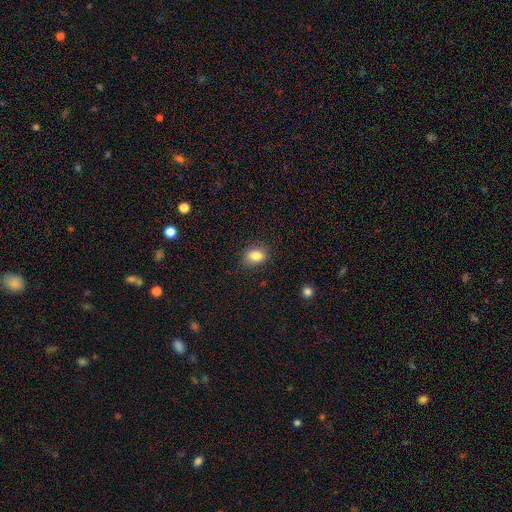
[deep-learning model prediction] The model was most divided on "how rounded": in between: 65%, round: 34%, cigar-shaped: 1%. More confident: merging — none (85%); smooth or featured — smooth (84%).